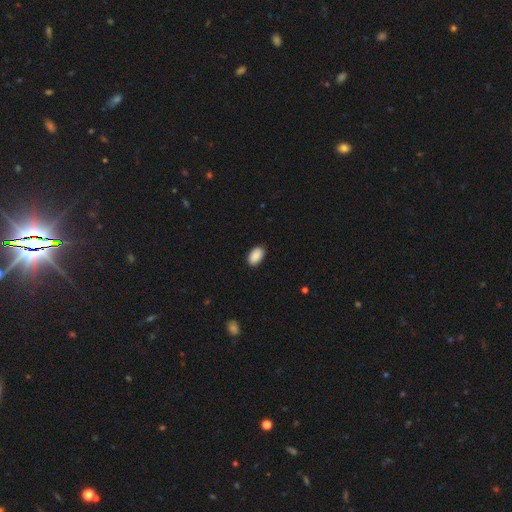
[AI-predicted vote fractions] Smooth or featured?
  - smooth: 90% *
  - star or artifact: 7%
  - featured or disk: 4%
How rounded?
  - in between: 93% *
  - round: 6%
  - cigar-shaped: 1%
Merging?
  - none: 88% *
  - minor disturbance: 9%
  - major disturbance: 2%
  - merger: 1%